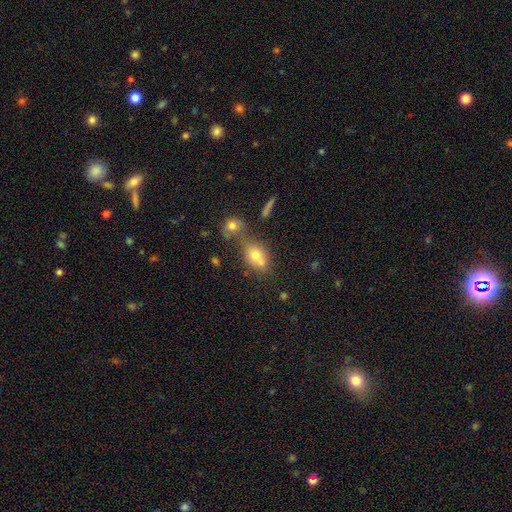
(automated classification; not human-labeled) smooth_or_featured: smooth (p=0.72) [alt: featured or disk p=0.16]
how_rounded: in between (p=0.65) [alt: round p=0.32]
merging: none (p=0.43) [alt: merger p=0.35]